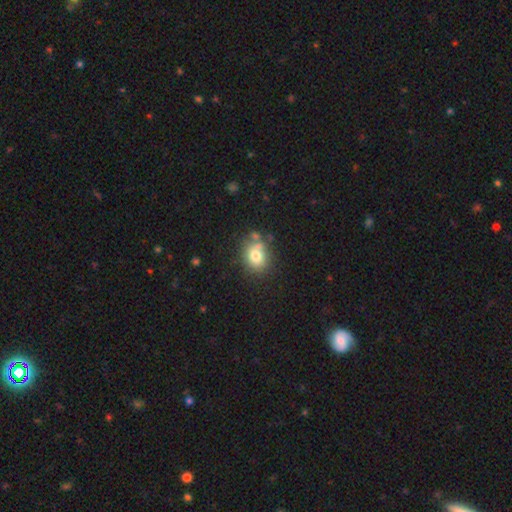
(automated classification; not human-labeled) Smooth or featured? smooth (77%)
How rounded? round (56%)
Merging? none (66%)